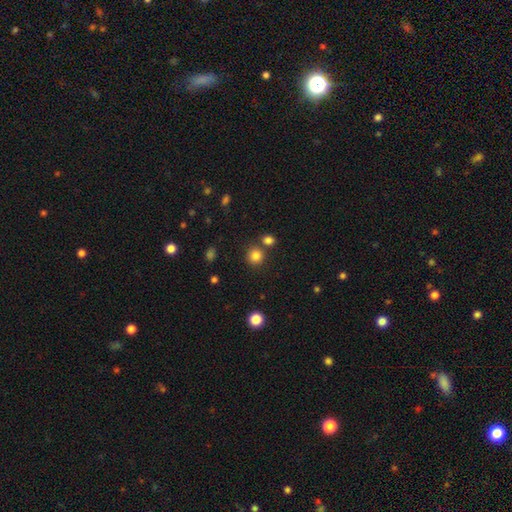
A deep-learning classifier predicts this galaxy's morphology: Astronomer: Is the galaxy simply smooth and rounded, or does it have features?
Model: smooth — 83%.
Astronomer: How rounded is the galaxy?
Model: round — 90%.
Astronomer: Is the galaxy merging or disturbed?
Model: none — 77%.